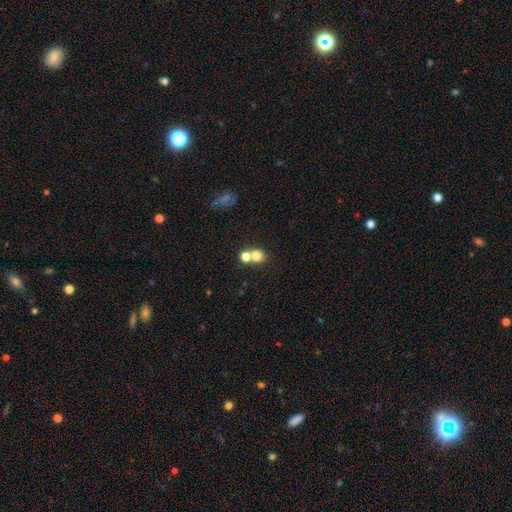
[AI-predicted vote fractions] Smooth or featured?
  - smooth: 77% *
  - star or artifact: 12%
  - featured or disk: 11%
How rounded?
  - round: 73% *
  - in between: 26%
  - cigar-shaped: 1%
Merging?
  - merger: 49% *
  - none: 42%
  - minor disturbance: 7%
  - major disturbance: 3%